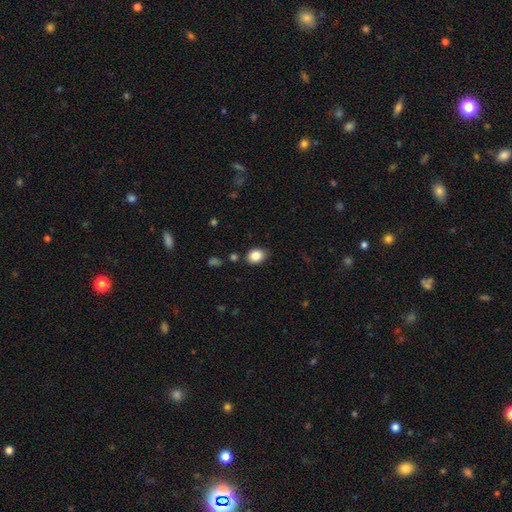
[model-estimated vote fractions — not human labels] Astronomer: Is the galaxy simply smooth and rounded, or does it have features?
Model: smooth — 86%.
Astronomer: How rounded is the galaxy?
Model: in between — 60% (runner-up: round, 39%).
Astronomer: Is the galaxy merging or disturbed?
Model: none — 83%.